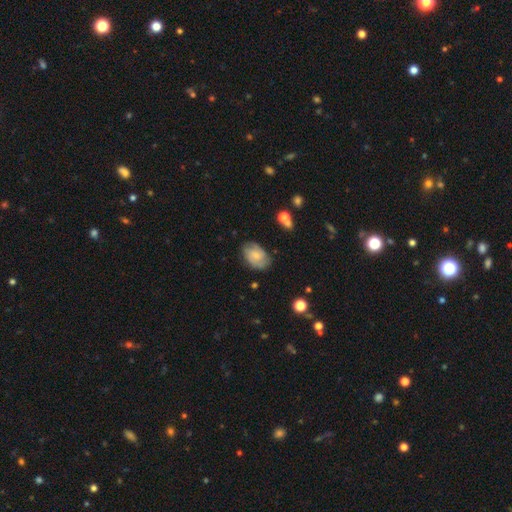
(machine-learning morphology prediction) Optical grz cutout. It shows a featured or disk galaxy (51%). Merging: none (74%).